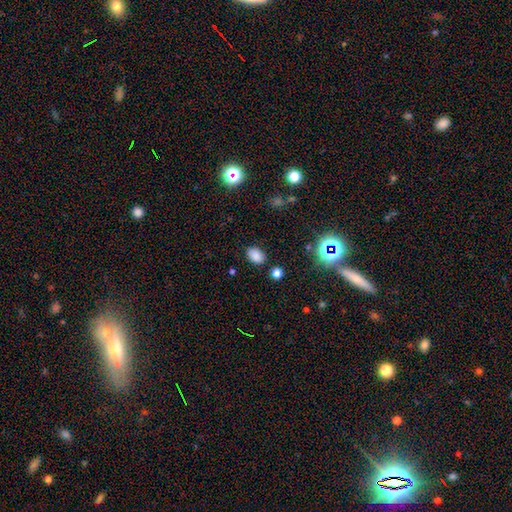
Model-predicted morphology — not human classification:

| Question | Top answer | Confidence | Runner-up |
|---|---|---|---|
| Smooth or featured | smooth | 81% | star or artifact (14%) |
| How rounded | in between | 84% | round (15%) |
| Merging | none | 84% | minor disturbance (11%) |